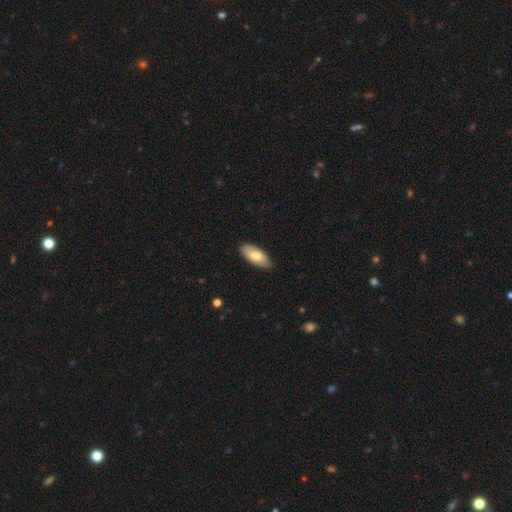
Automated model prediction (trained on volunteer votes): smooth 75%, featured or disk 20%, star or artifact 5%. Down the decision tree: how rounded — in between (89%); merging — none (87%).